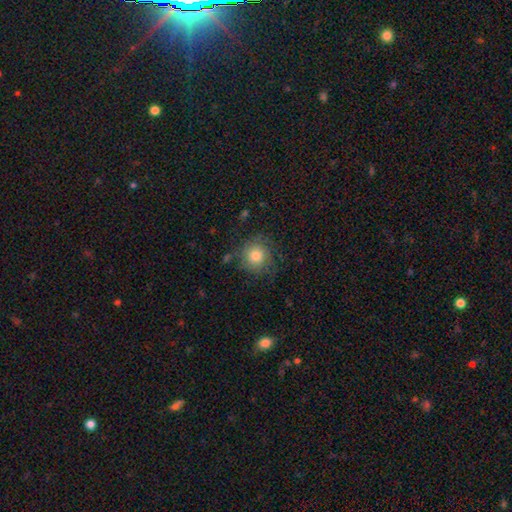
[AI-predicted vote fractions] The model was most divided on "merging": none: 74%, minor disturbance: 17%, major disturbance: 7%, merger: 2%. More confident: how rounded — round (92%); smooth or featured — smooth (75%).